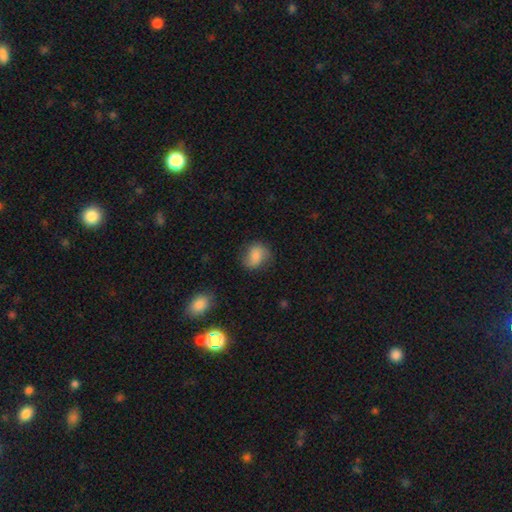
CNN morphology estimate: Smooth or featured? Predicted: smooth (p=0.71). How rounded? Predicted: round (p=0.51). Merging? Predicted: none (p=0.69).